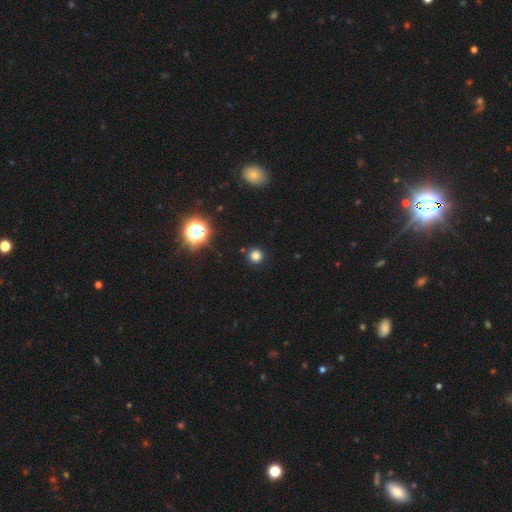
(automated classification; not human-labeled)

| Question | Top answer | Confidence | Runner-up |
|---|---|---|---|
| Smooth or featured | smooth | 78% | star or artifact (18%) |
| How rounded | round | 95% | in between (4%) |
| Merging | none | 92% | minor disturbance (5%) |